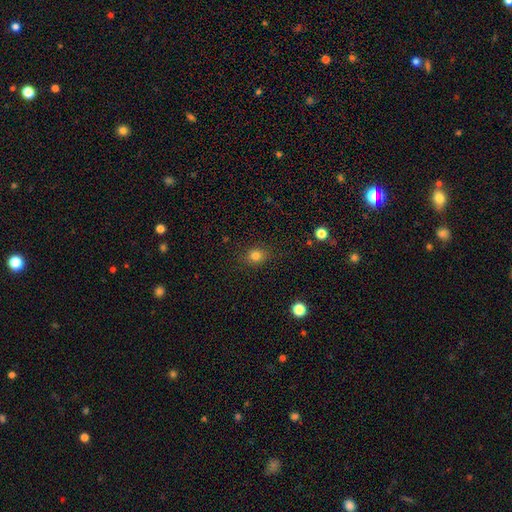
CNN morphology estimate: Smooth or featured?
  - smooth: 82% *
  - star or artifact: 13%
  - featured or disk: 5%
How rounded?
  - round: 73% *
  - in between: 26%
  - cigar-shaped: 1%
Merging?
  - none: 86% *
  - minor disturbance: 10%
  - major disturbance: 3%
  - merger: 1%